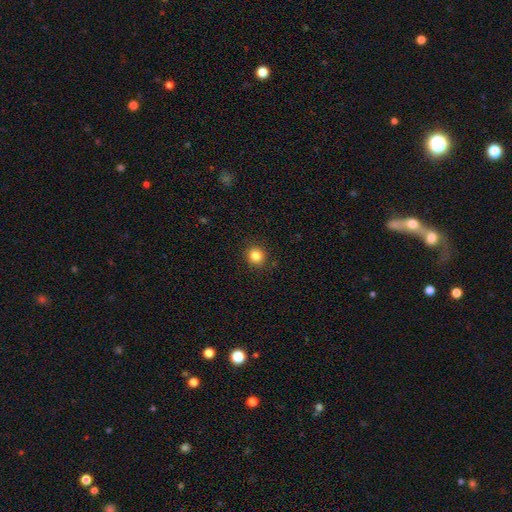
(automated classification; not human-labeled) The model was most divided on "smooth or featured": smooth: 84%, star or artifact: 11%, featured or disk: 4%. More confident: merging — none (90%); how rounded — round (88%).